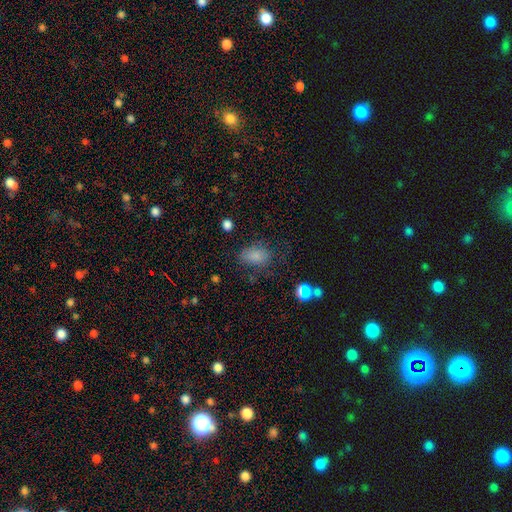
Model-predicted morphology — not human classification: This appears to be a smooth galaxy with no disk features (80%) that is in between round and cigar-shaped (79%). Merging: none (70%).